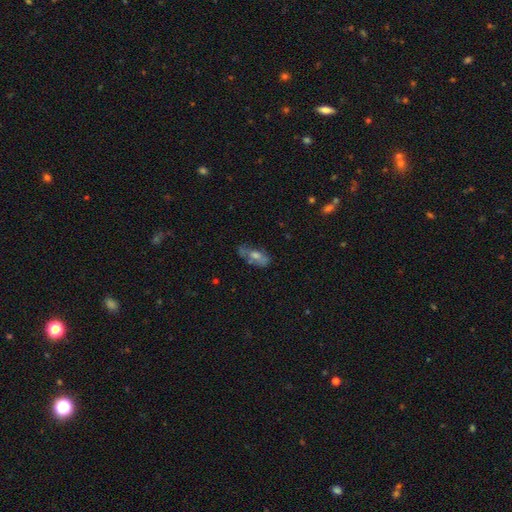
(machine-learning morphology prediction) type=featured or disk (47%); merging=none (56%).